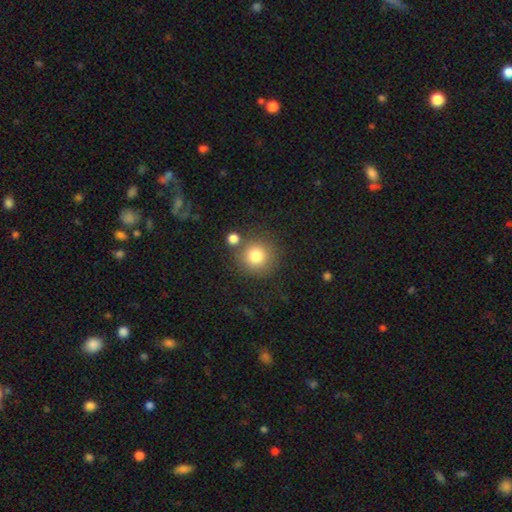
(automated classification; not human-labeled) A smooth galaxy with no disk features (80%) that is round (93%).

Vote fractions:
- Smooth or featured? smooth: 80% / star or artifact: 11% / featured or disk: 9%
- How rounded? round: 93% / in between: 6% / cigar-shaped: 1%
- Merging? none: 76% / merger: 11% / minor disturbance: 9% / major disturbance: 4%